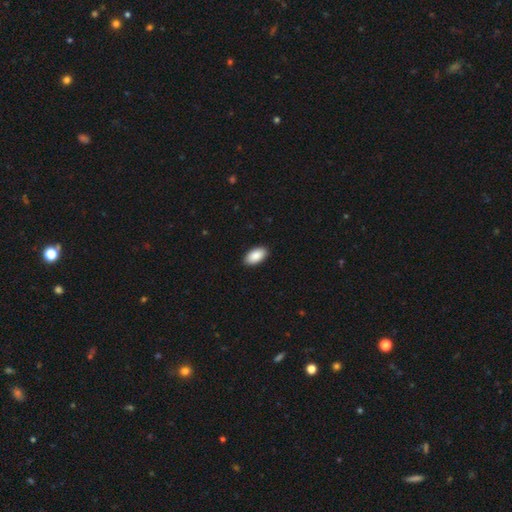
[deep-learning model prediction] This appears to be a smooth galaxy with no disk features (89%) that is in between round and cigar-shaped (96%). Merging: none (91%).